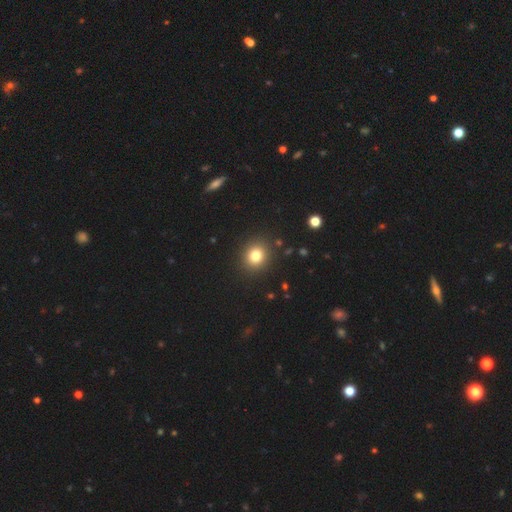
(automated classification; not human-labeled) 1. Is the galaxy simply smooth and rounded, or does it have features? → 80% smooth, 13% star or artifact, 7% featured or disk.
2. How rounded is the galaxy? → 80% round, 19% in between, 1% cigar-shaped.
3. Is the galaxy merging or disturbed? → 90% none, 6% minor disturbance, 2% major disturbance, 2% merger.